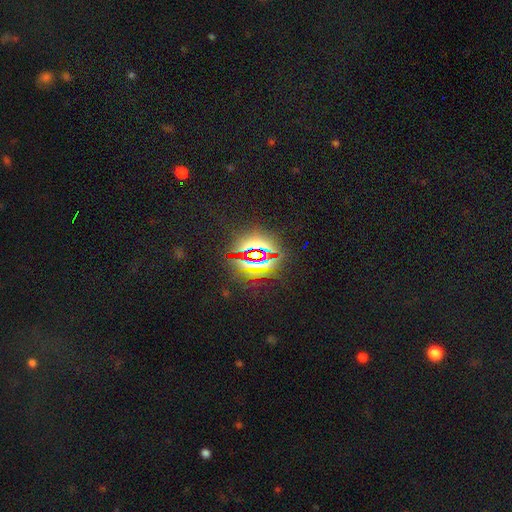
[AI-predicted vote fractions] This is likely a star or artifact rather than a galaxy (79%).